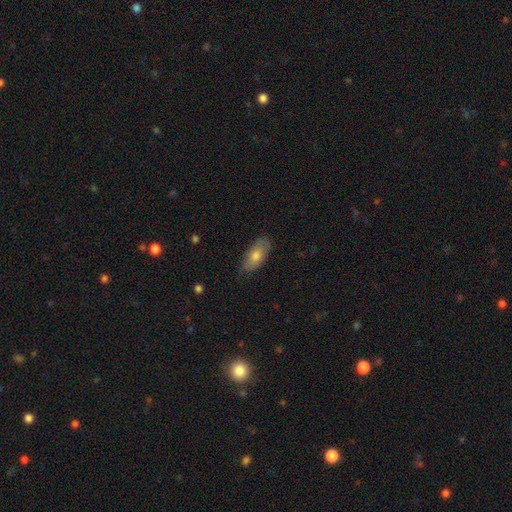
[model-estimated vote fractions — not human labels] This appears to be a smooth galaxy with no disk features (71%) that is in between round and cigar-shaped (85%). Merging: none (77%).